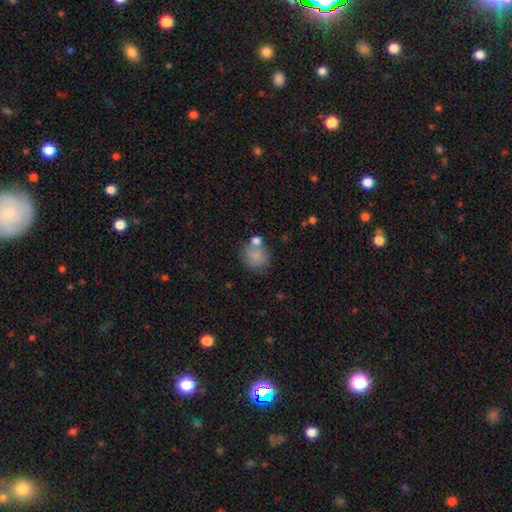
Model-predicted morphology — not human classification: Smooth or featured: smooth — 81% (featured or disk — 10%)
How rounded: round — 78% (in between — 21%)
Merging: none — 58% (merger — 20%)